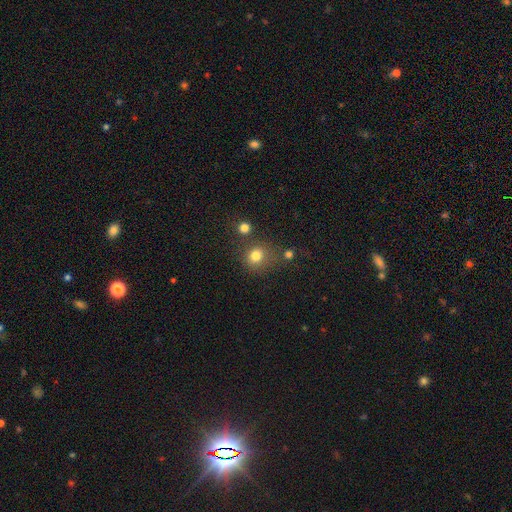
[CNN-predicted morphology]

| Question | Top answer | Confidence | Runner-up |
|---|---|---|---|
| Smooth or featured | smooth | 78% | star or artifact (15%) |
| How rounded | round | 85% | in between (14%) |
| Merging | none | 67% | merger (14%) |